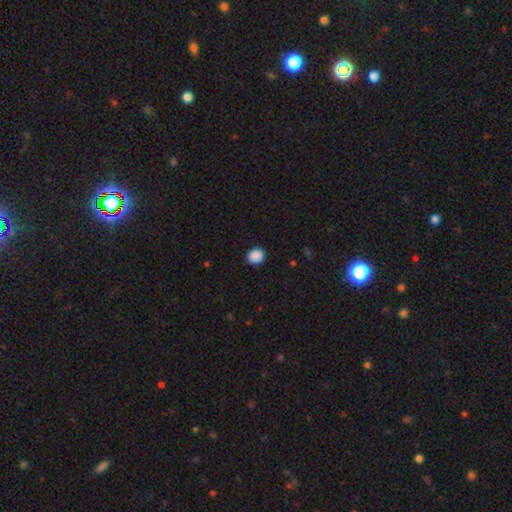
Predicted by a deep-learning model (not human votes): Smooth or featured? smooth (89%)
How rounded? round (79%)
Merging? none (89%)